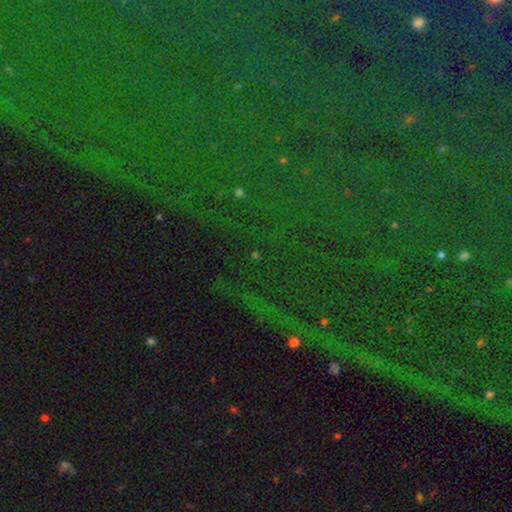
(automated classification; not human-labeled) Smooth or featured: star or artifact — 77% (smooth — 13%)